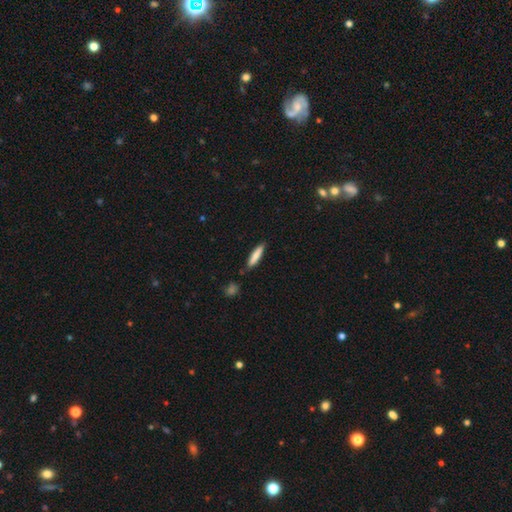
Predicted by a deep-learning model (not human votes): Smooth or featured? Predicted: smooth (p=0.78). How rounded? Predicted: cigar-shaped (p=0.84). Merging? Predicted: none (p=0.84).